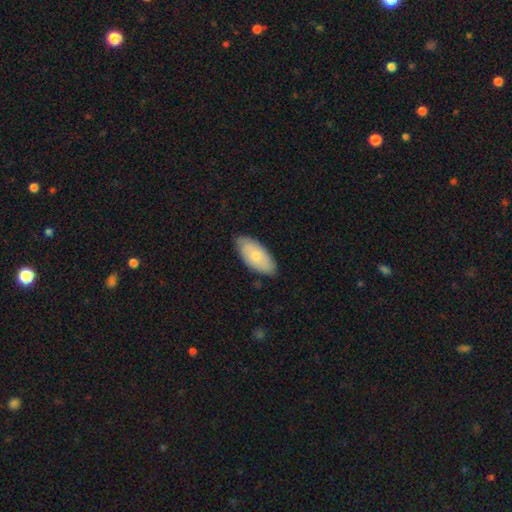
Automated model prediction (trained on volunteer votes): This is likely a smooth galaxy (72%). How rounded: clearly in between (92%). Merging: likely none (79%).